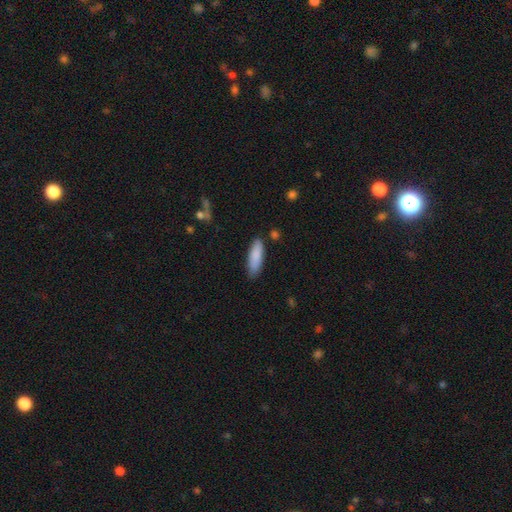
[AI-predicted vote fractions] Smooth or featured? smooth (87%)
How rounded? in between (52%)
Merging? none (81%)